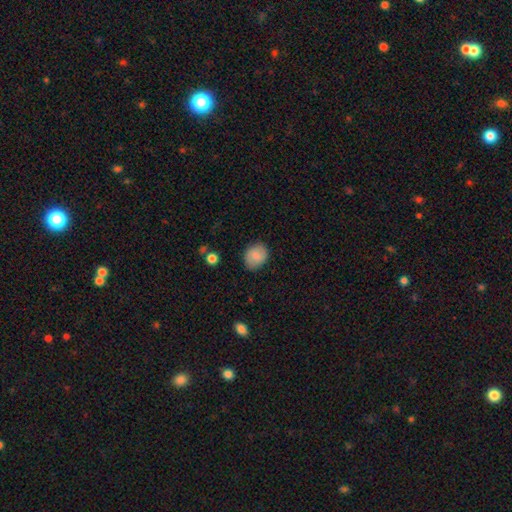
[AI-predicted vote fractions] smooth_or_featured: smooth (p=0.83) [alt: featured or disk p=0.09]
how_rounded: round (p=0.52) [alt: in between p=0.47]
merging: none (p=0.84) [alt: minor disturbance p=0.12]